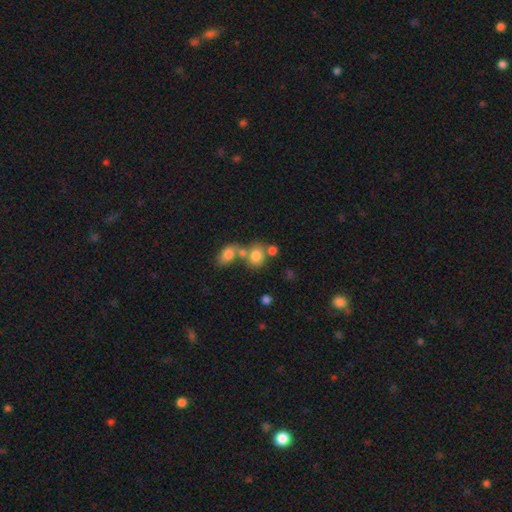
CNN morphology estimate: smooth-or-featured: smooth: 78% | featured or disk: 12% | star or artifact: 11%
  how-rounded: round: 58% | in between: 41% | cigar-shaped: 1%
  merging: none: 43% | merger: 41% | minor disturbance: 11% | major disturbance: 5%